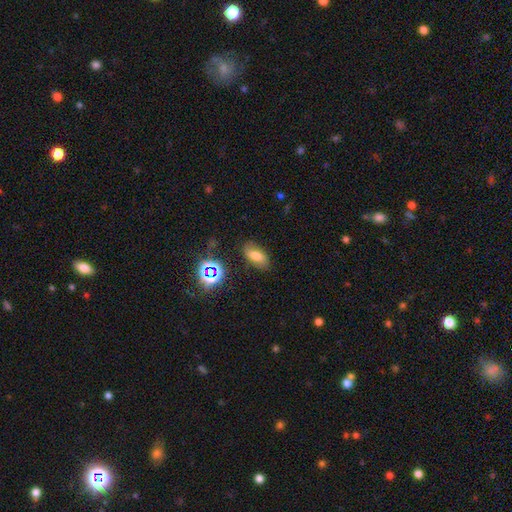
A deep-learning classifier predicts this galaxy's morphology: Overall: smooth (61%; featured or disk 23%). How rounded: in between (89%). Merging: none (78%).